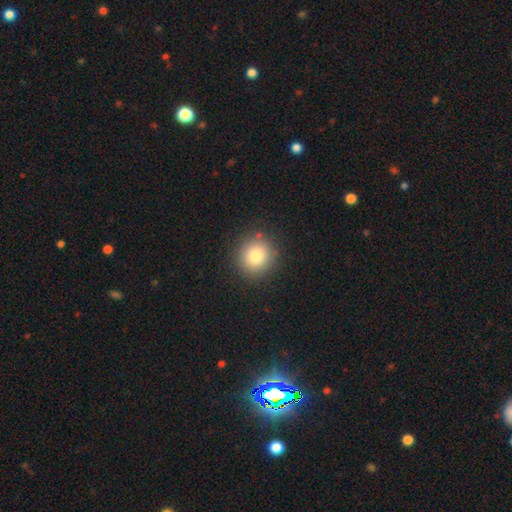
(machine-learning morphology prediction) This is clearly a smooth galaxy (80%). How rounded: clearly round (92%). Merging: clearly none (88%).